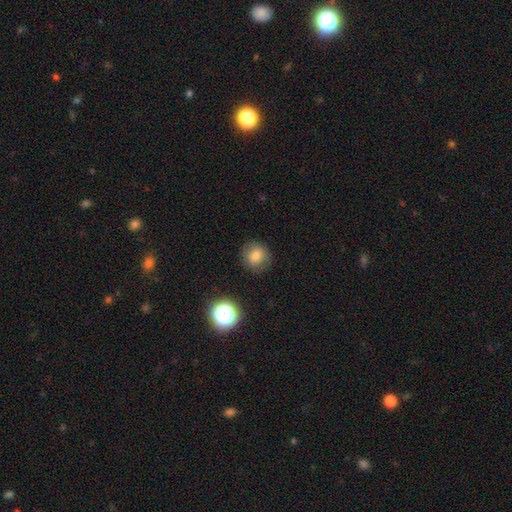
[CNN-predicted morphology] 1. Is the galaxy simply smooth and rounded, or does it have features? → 79% smooth, 12% star or artifact, 8% featured or disk.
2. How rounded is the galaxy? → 87% round, 12% in between, 1% cigar-shaped.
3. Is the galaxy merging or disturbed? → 85% none, 10% minor disturbance, 3% major disturbance, 1% merger.